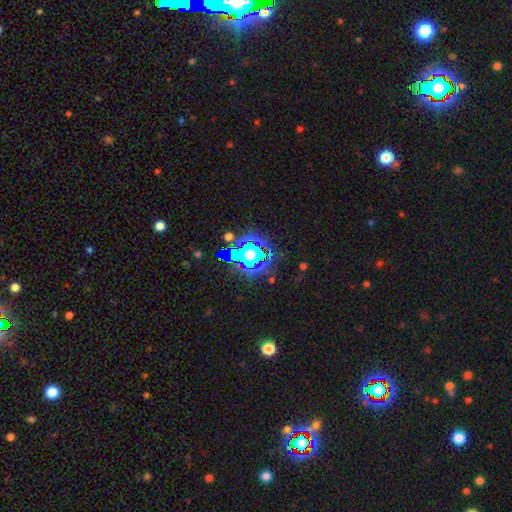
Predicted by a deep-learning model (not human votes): star or artifact 79%, smooth 12%, featured or disk 9%.